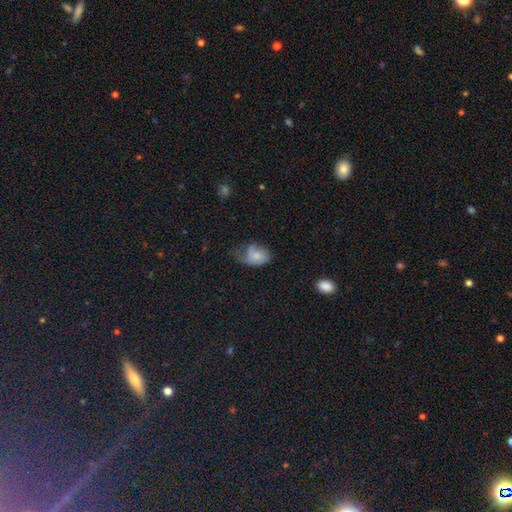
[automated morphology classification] Smooth or featured? smooth (67%)
How rounded? in between (78%)
Merging? major disturbance (38%)